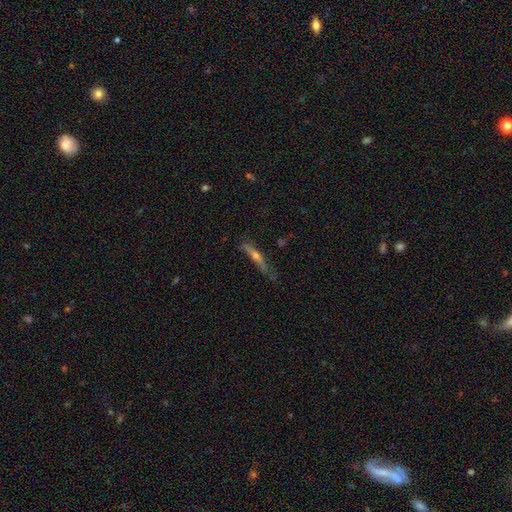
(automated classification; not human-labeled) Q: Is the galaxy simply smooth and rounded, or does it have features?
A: featured or disk — 61%.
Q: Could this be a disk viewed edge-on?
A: yes — 92%.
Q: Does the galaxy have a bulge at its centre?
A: rounded — 81%.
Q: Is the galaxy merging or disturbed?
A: none — 65%.